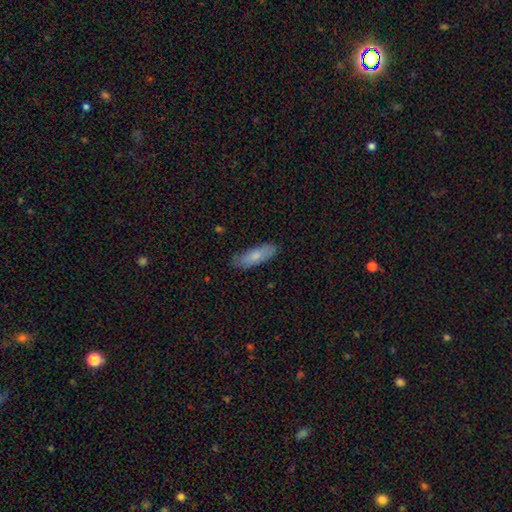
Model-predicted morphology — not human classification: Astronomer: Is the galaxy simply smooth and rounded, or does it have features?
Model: smooth — 76%.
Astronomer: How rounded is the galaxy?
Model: in between — 54% (runner-up: cigar-shaped, 44%).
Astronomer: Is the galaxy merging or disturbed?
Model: none — 82%.